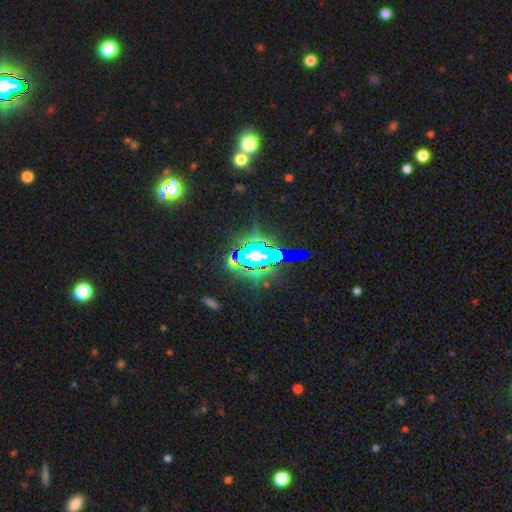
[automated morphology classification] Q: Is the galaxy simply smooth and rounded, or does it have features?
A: star or artifact — 57%.